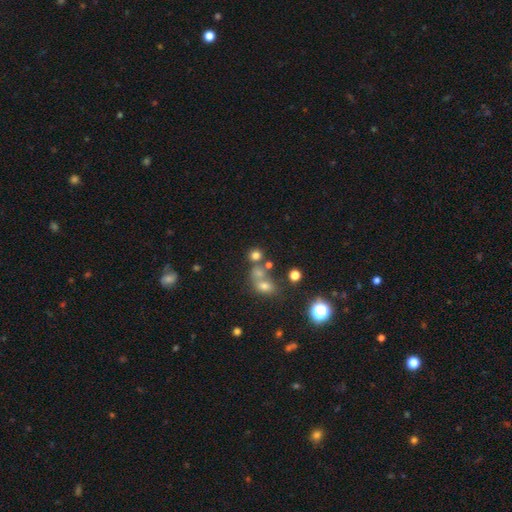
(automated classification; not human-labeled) Morphology: type=smooth (71%); roundness=round (83%); merging=none (55%).